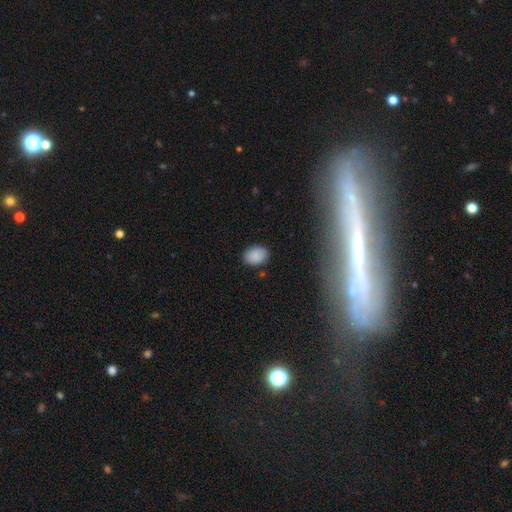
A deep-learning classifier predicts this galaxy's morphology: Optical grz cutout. It shows a smooth galaxy with no disk features (88%) that is in between round and cigar-shaped (71%). Merging: none (83%).